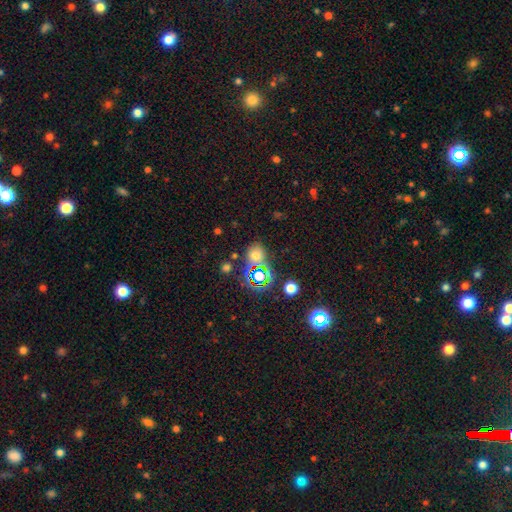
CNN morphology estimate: Smooth or featured? smooth (56%)
How rounded? round (57%)
Merging? none (67%)